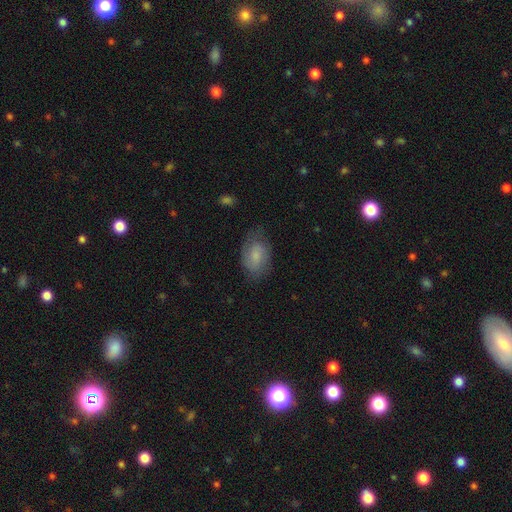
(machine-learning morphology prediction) smooth-or-featured: smooth: 63% | featured or disk: 29% | star or artifact: 8%
  how-rounded: in between: 88% | round: 10% | cigar-shaped: 2%
  merging: none: 68% | minor disturbance: 23% | major disturbance: 8% | merger: 1%